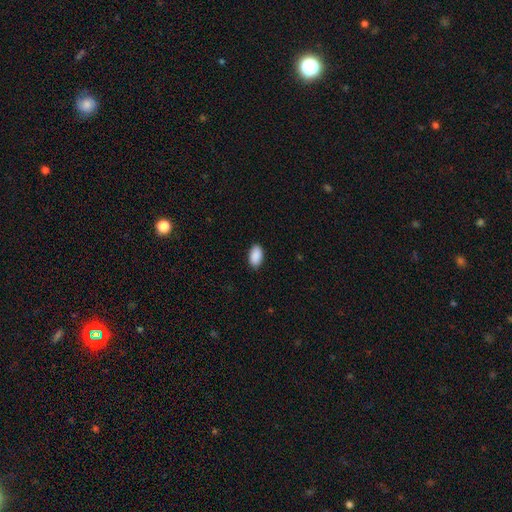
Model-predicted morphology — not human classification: type=smooth (91%); roundness=in between (94%); merging=none (88%).